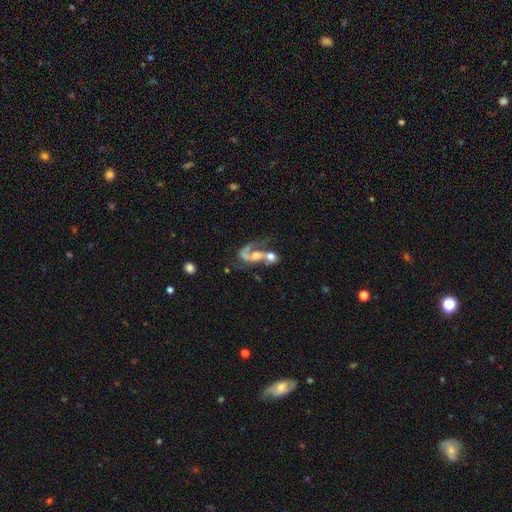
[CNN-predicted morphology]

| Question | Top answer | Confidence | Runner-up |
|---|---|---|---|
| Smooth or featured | featured or disk | 64% | smooth (26%) |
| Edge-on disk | no | 96% | yes (4%) |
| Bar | no | 65% | weak (25%) |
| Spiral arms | yes | 73% | no (27%) |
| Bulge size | moderate | 39% | small (20%) |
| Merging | merger | 62% | major disturbance (18%) |